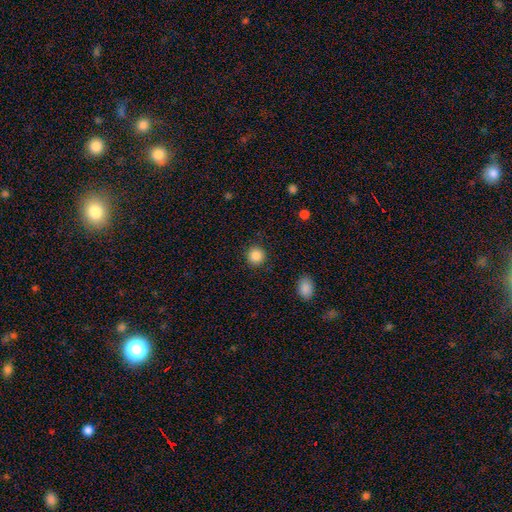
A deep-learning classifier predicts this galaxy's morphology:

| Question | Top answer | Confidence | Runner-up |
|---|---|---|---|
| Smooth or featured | smooth | 87% | star or artifact (10%) |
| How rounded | round | 93% | in between (6%) |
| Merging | none | 91% | minor disturbance (6%) |